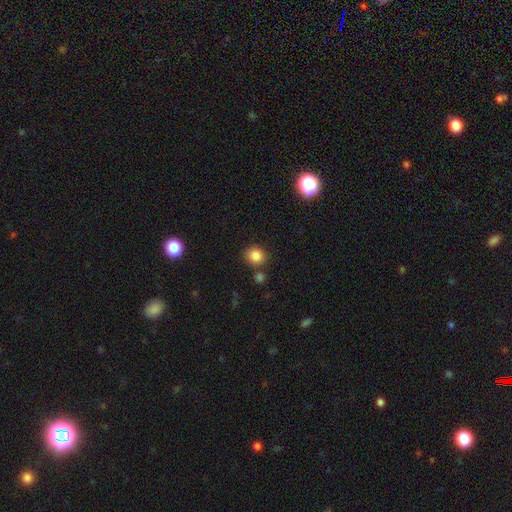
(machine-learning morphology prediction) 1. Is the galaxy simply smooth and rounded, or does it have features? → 84% smooth, 11% star or artifact, 5% featured or disk.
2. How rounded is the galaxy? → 74% round, 25% in between, 1% cigar-shaped.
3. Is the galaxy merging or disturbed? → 76% none, 11% minor disturbance, 9% merger, 3% major disturbance.